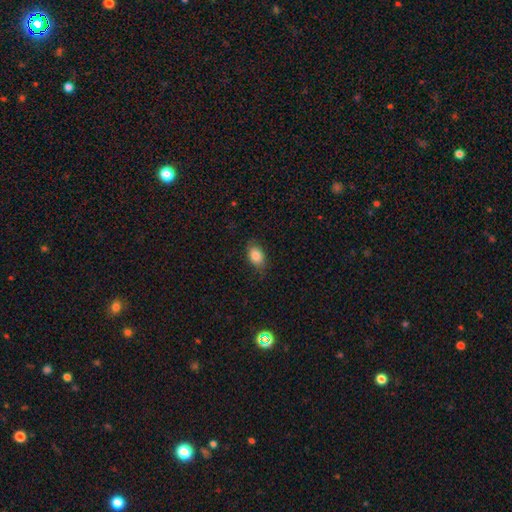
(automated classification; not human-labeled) smooth_or_featured: smooth (p=0.84) [alt: star or artifact p=0.08]
how_rounded: in between (p=0.83) [alt: round p=0.15]
merging: none (p=0.78) [alt: minor disturbance p=0.17]